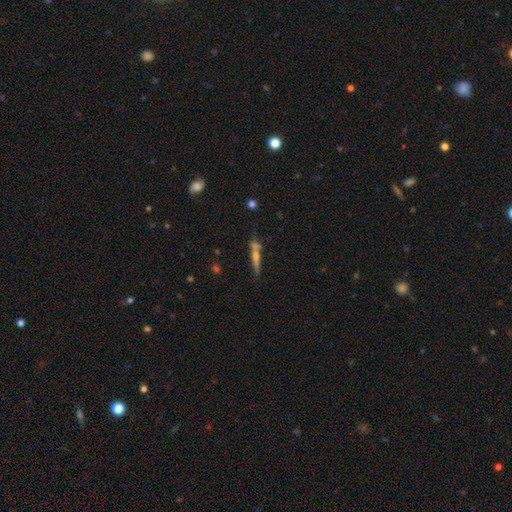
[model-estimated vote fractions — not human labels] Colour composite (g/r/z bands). It shows a featured or disk galaxy (58%) viewed edge-on (91%) with a rounded central bulge (77%). Merging: none (69%).